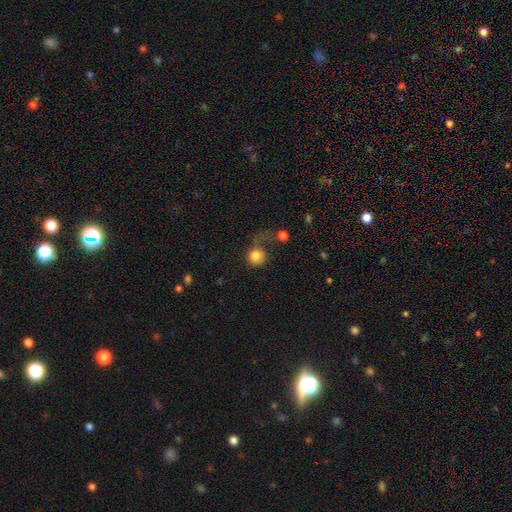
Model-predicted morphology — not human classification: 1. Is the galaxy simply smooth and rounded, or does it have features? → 80% smooth, 12% featured or disk, 9% star or artifact.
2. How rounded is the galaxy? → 86% round, 13% in between, 1% cigar-shaped.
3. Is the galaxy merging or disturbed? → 36% none, 34% major disturbance, 17% minor disturbance, 13% merger.